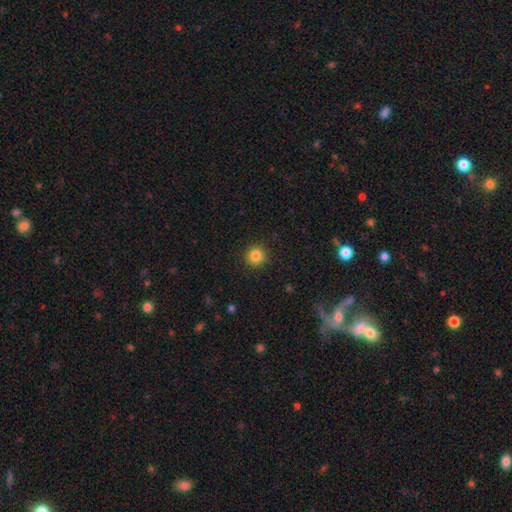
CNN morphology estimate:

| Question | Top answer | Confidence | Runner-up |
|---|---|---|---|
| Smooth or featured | smooth | 84% | star or artifact (11%) |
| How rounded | round | 94% | in between (5%) |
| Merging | none | 91% | minor disturbance (6%) |